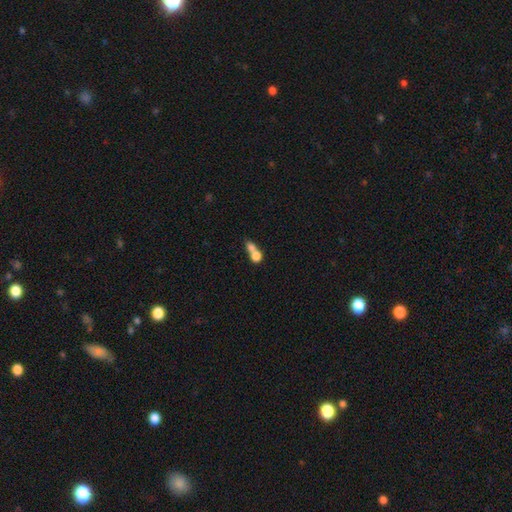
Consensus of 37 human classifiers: Smooth or featured? smooth (73%)
How rounded? round (63%)
Merging? merger (74%)